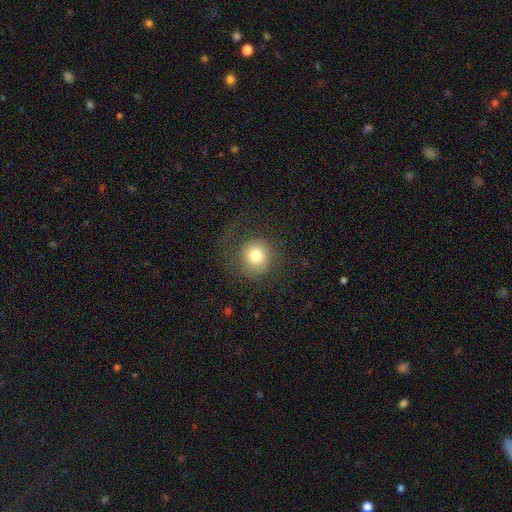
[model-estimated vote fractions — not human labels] The model was most divided on "merging": none: 70%, major disturbance: 16%, minor disturbance: 13%, merger: 1%. More confident: how rounded — round (92%); smooth or featured — smooth (76%).